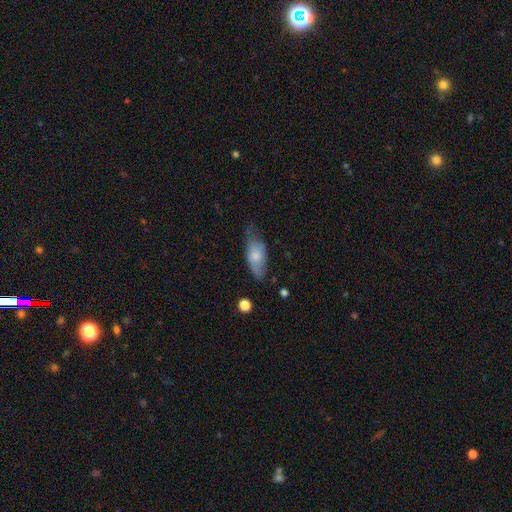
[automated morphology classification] This is likely a smooth galaxy (71%). How rounded: clearly in between (82%). Merging: possibly none (51%).